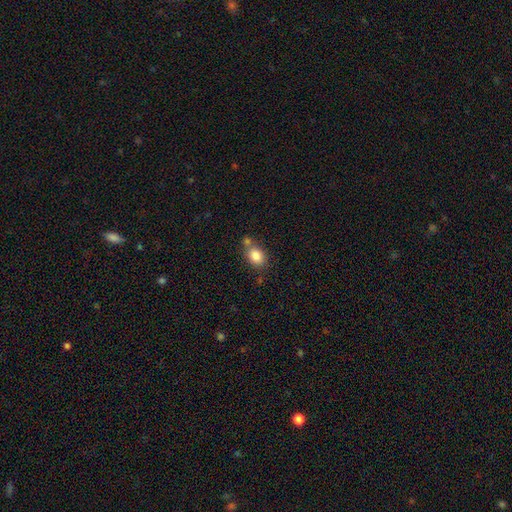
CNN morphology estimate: Smooth or featured? Predicted: smooth (p=0.84). How rounded? Predicted: in between (p=0.62). Merging? Predicted: none (p=0.57).